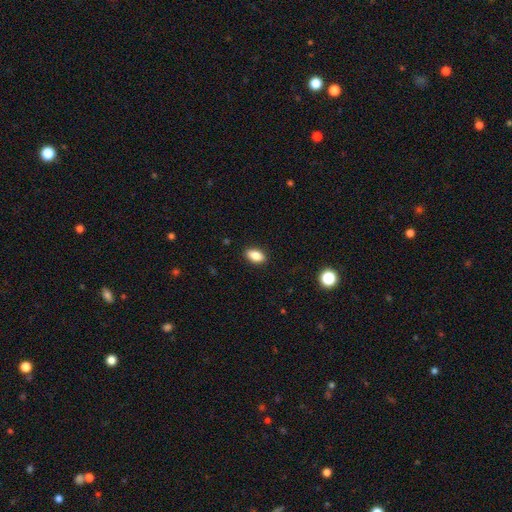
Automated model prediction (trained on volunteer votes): A smooth galaxy with no disk features (86%) that is in between round and cigar-shaped (90%).

Vote fractions:
- Smooth or featured? smooth: 86% / star or artifact: 8% / featured or disk: 6%
- How rounded? in between: 90% / round: 6% / cigar-shaped: 4%
- Merging? none: 89% / minor disturbance: 8% / major disturbance: 2% / merger: 1%